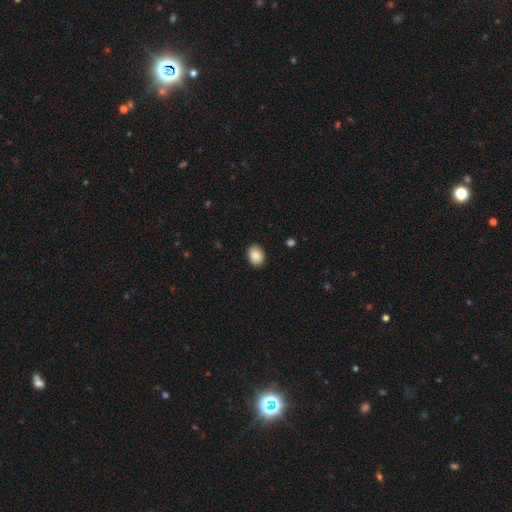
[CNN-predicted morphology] type=smooth (88%); roundness=in between (58%); merging=none (89%).